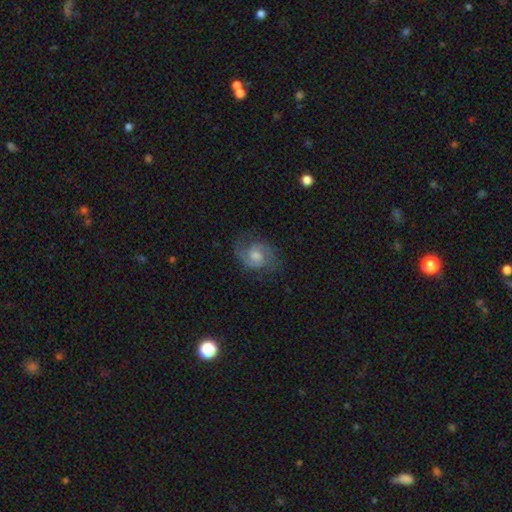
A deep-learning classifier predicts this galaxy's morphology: smooth-or-featured: featured or disk: 79% | smooth: 13% | star or artifact: 8%
  disk-edge-on: no: 98% | yes: 2%
    bar: no: 53% | weak: 41% | strong: 6%
    has-spiral-arms: yes: 96% | no: 4%
      spiral-winding: medium: 54% | tight: 27% | loose: 19%
      spiral-arm-count: 2: 89% | can't tell: 5% | 1: 2% | 3: 2% | 4: 1% | more than 4: 1%
    bulge-size: moderate: 56% | small: 30% | large: 7% | none: 5% | dominant: 1%
  merging: none: 77% | minor disturbance: 16% | major disturbance: 6% | merger: 1%